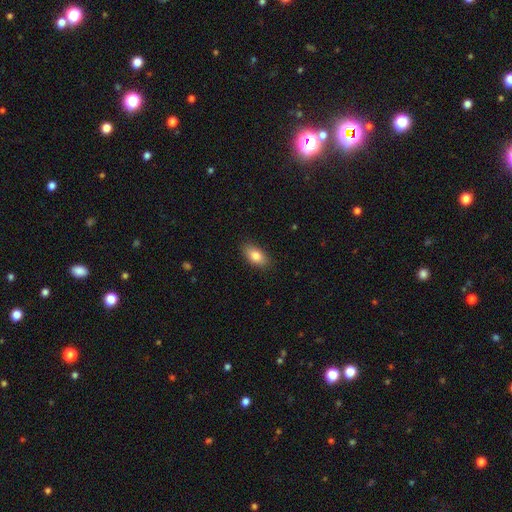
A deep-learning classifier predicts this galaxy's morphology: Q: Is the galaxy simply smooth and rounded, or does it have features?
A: smooth — 82%.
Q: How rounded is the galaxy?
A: in between — 89%.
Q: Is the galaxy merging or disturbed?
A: none — 86%.